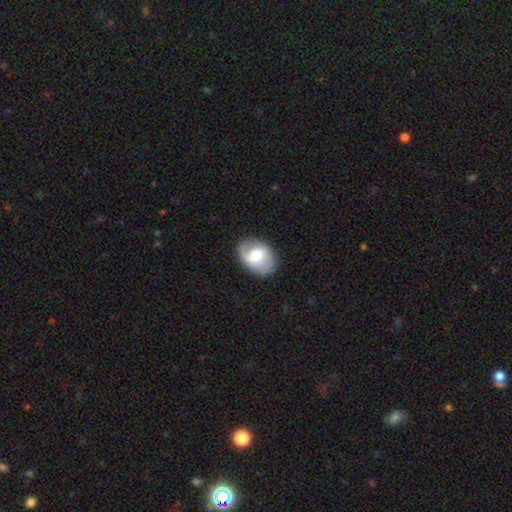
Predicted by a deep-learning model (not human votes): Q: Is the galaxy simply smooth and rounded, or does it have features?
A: featured or disk — 56%.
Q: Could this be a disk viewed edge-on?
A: no — 96%.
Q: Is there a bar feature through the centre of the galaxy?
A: weak — 48%.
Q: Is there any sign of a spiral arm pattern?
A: yes — 79%.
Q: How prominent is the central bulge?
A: moderate — 49%.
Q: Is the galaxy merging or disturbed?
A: none — 80%.